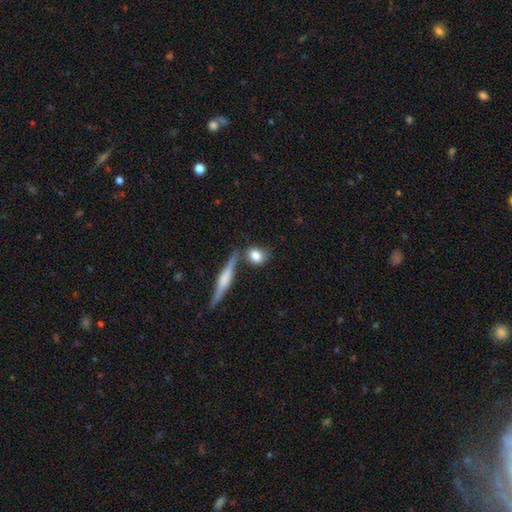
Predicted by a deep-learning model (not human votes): smooth_or_featured: smooth (p=0.76) [alt: featured or disk p=0.16]
how_rounded: in between (p=0.52) [alt: round p=0.40]
merging: none (p=0.64) [alt: merger p=0.16]